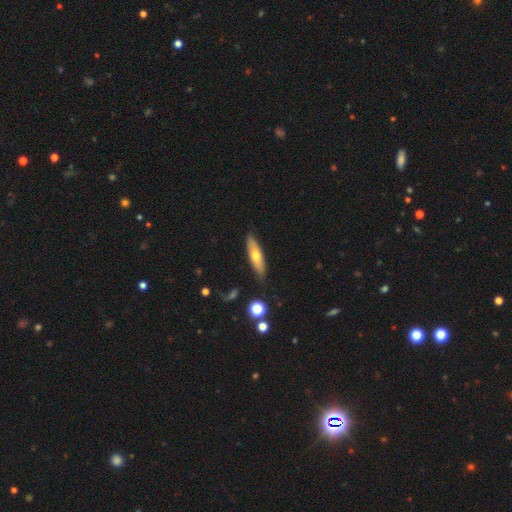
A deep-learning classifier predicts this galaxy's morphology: smooth 57%, featured or disk 36%, star or artifact 6%. Down the decision tree: how rounded — cigar-shaped (64%); merging — none (83%).